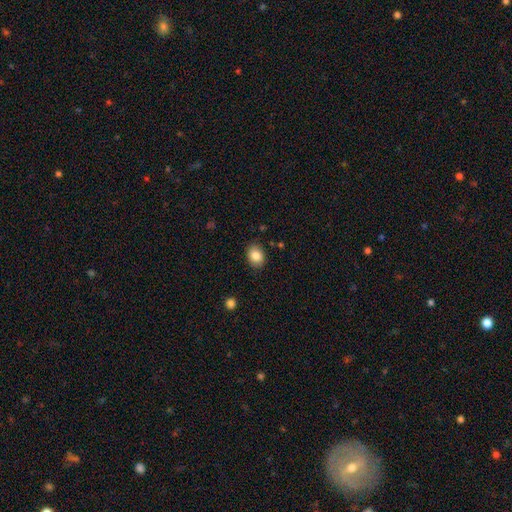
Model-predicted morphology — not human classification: This is clearly a smooth galaxy (85%). How rounded: likely in between (62%). Merging: clearly none (86%).